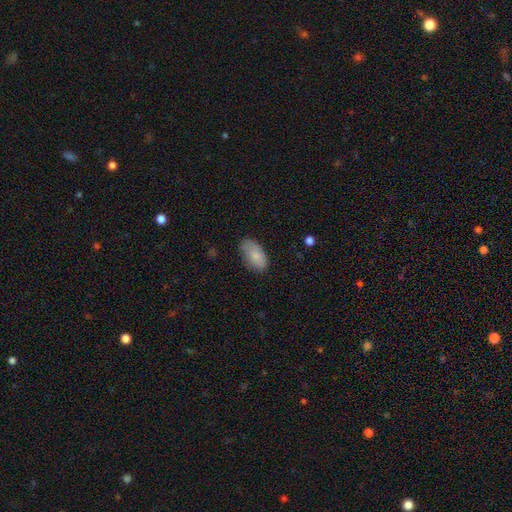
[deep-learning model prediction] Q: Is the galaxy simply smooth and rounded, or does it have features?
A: smooth — 82%.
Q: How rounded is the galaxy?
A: in between — 94%.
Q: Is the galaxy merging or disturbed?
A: none — 68%.